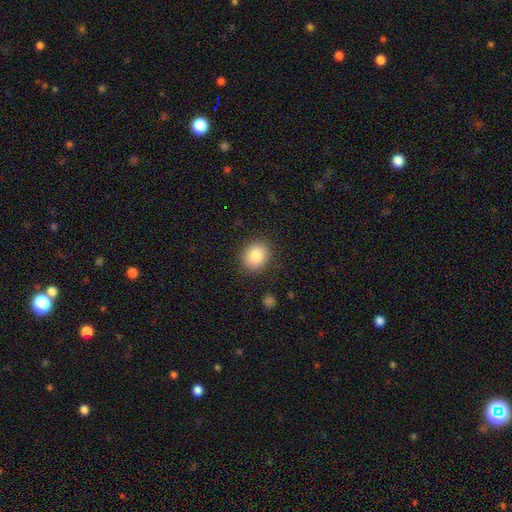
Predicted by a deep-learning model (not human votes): A smooth galaxy with no disk features (84%) that is round (64%).

Vote fractions:
- Smooth or featured? smooth: 84% / star or artifact: 8% / featured or disk: 7%
- How rounded? round: 64% / in between: 35% / cigar-shaped: 1%
- Merging? none: 87% / minor disturbance: 9% / major disturbance: 3% / merger: 1%